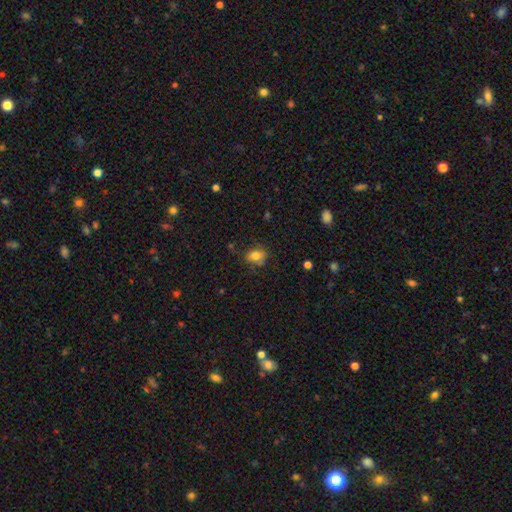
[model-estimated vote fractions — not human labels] The model was most divided on "how rounded": in between: 62%, round: 36%, cigar-shaped: 2%. More confident: smooth or featured — smooth (75%); merging — none (64%).